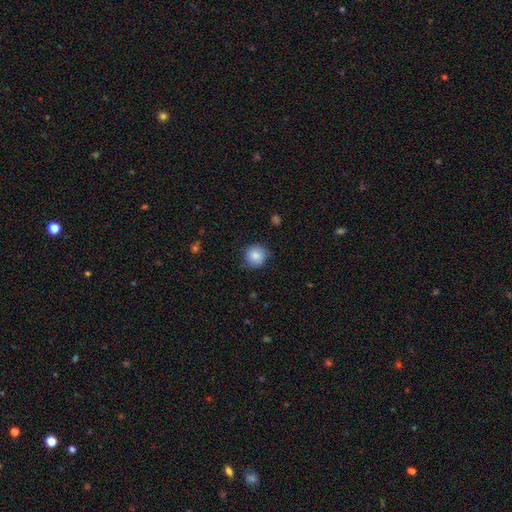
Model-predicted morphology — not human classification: Overall: smooth (85%). How rounded: round (90%). Merging: none (82%).